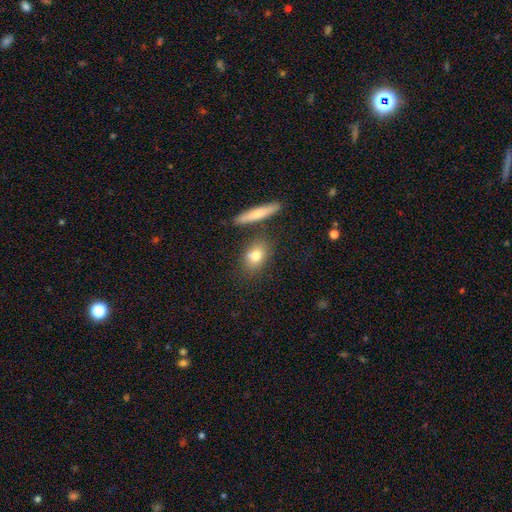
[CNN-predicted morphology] type=smooth (75%); roundness=in between (65%); merging=none (70%).